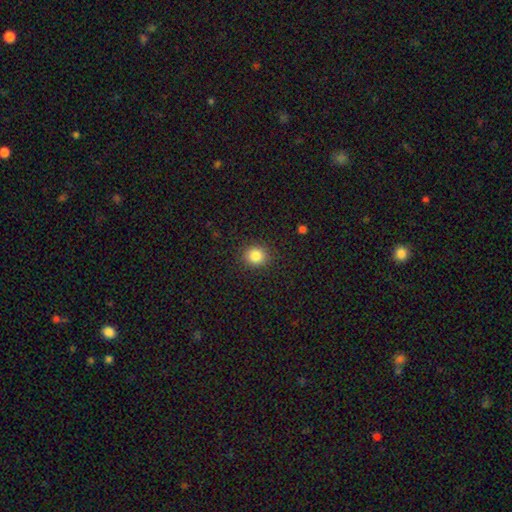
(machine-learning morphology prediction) The model was most divided on "how rounded": round: 84%, in between: 16%, cigar-shaped: 1%. More confident: merging — none (89%); smooth or featured — smooth (84%).